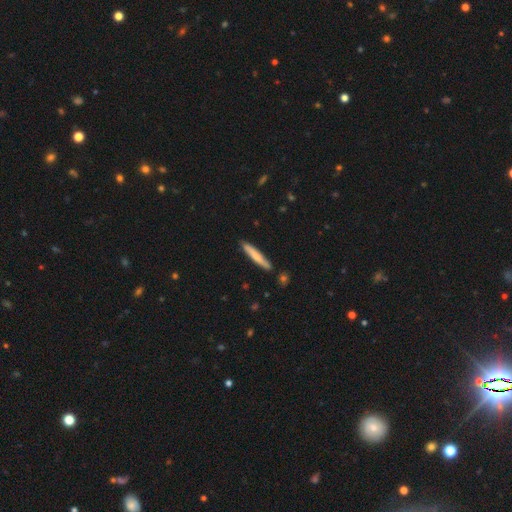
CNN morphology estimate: Overall: smooth (69%). How rounded: cigar-shaped (94%). Merging: none (86%).